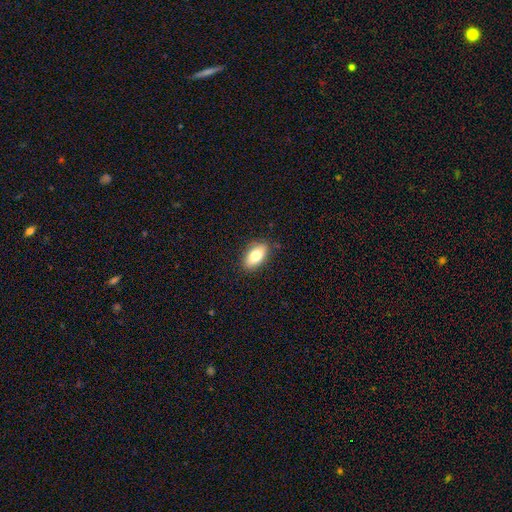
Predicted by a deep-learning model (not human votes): smooth 76%, featured or disk 16%, star or artifact 7%. Down the decision tree: how rounded — in between (89%); merging — none (84%).